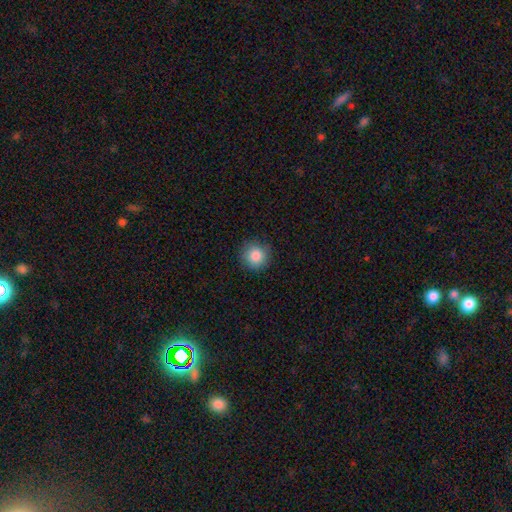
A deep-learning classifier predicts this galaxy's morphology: smooth_or_featured: smooth (p=0.86) [alt: star or artifact p=0.09]
how_rounded: round (p=0.94) [alt: in between p=0.05]
merging: none (p=0.88) [alt: minor disturbance p=0.09]